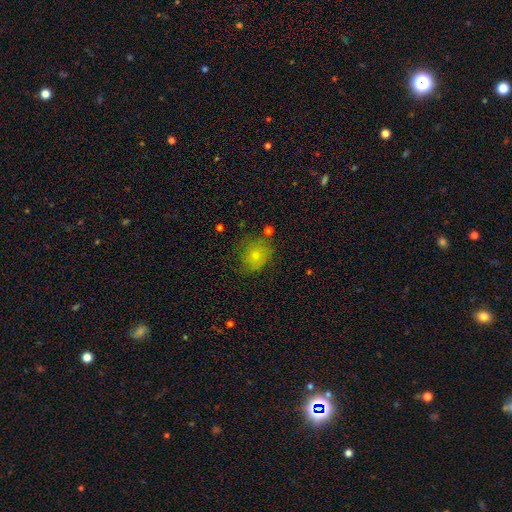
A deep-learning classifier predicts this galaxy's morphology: smooth-or-featured: smooth: 68% | star or artifact: 18% | featured or disk: 14%
  how-rounded: round: 73% | in between: 26% | cigar-shaped: 1%
  merging: none: 73% | minor disturbance: 18% | major disturbance: 6% | merger: 4%